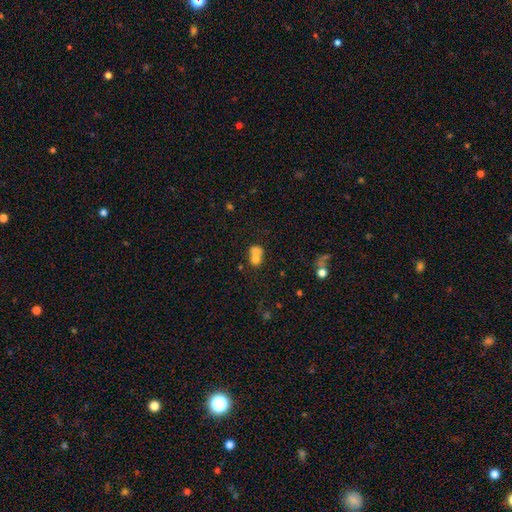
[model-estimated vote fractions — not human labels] smooth-or-featured: smooth: 70% | featured or disk: 18% | star or artifact: 12%
  how-rounded: round: 56% | in between: 43% | cigar-shaped: 1%
  merging: merger: 66% | none: 22% | minor disturbance: 7% | major disturbance: 4%